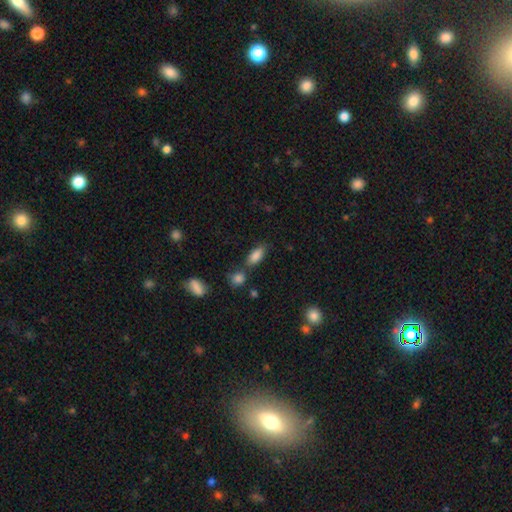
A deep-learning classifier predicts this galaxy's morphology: smooth-or-featured: smooth: 85% | star or artifact: 8% | featured or disk: 7%
  how-rounded: in between: 82% | cigar-shaped: 14% | round: 4%
  merging: none: 63% | minor disturbance: 16% | merger: 16% | major disturbance: 5%